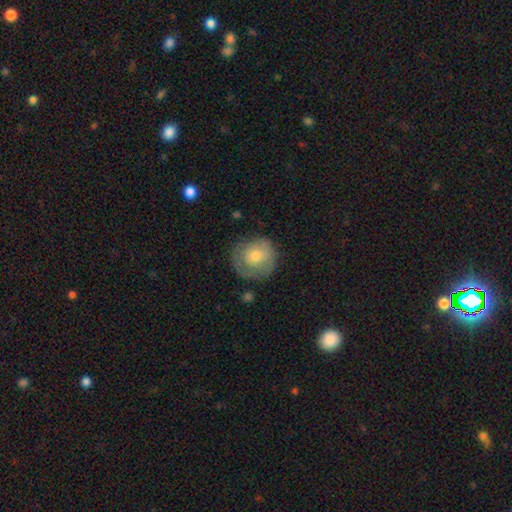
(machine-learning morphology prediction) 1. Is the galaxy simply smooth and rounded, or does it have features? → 53% smooth, 39% featured or disk, 7% star or artifact.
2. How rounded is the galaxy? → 88% round, 11% in between, 1% cigar-shaped.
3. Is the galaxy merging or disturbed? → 67% none, 21% minor disturbance, 10% major disturbance, 2% merger.